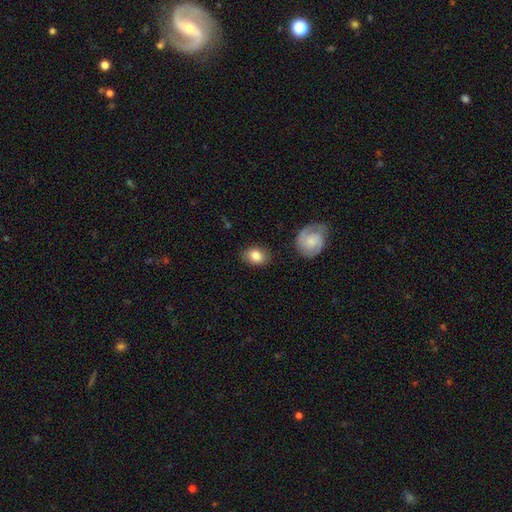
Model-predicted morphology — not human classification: A smooth galaxy with no disk features (81%) that is in between round and cigar-shaped (67%). Merging: none (81%).